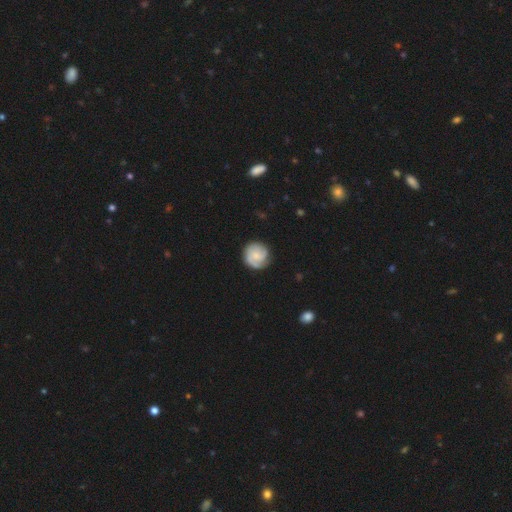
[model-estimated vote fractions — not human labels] Smooth or featured?
  - featured or disk: 56% *
  - smooth: 38%
  - star or artifact: 6%
Edge-on disk?
  - no: 98% *
  - yes: 2%
Bar?
  - no: 69% *
  - weak: 28%
  - strong: 4%
Spiral arms?
  - yes: 92% *
  - no: 8%
Spiral winding?
  - tight: 54% *
  - medium: 34%
  - loose: 12%
Spiral arm count?
  - 2: 32% *
  - 3: 27%
  - can't tell: 22%
  - 1: 11%
  - 4: 4%
  - more than 4: 4%
Bulge size?
  - small: 58% *
  - moderate: 25%
  - none: 14%
  - large: 2%
  - dominant: 1%
Merging?
  - none: 80% *
  - minor disturbance: 14%
  - major disturbance: 4%
  - merger: 1%